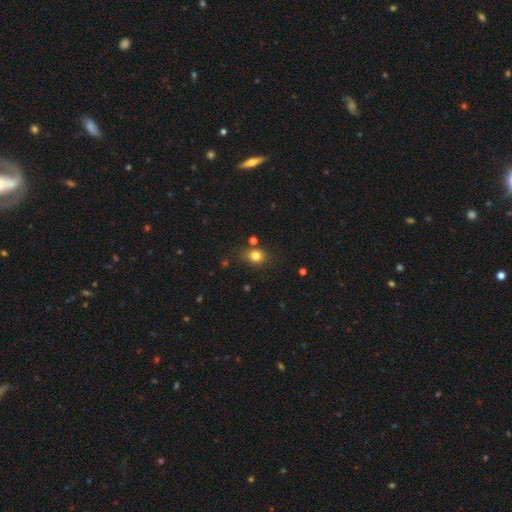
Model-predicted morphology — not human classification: This appears to be a smooth galaxy with no disk features (80%) that is round (52%). Merging: none (77%).